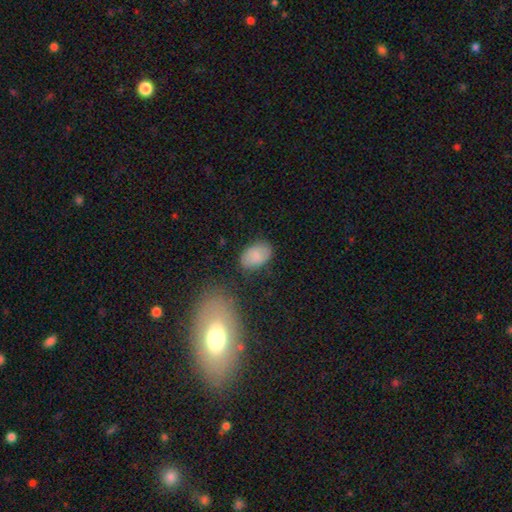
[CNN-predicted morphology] smooth-or-featured: smooth: 82% | featured or disk: 10% | star or artifact: 8%
  how-rounded: in between: 88% | round: 11% | cigar-shaped: 1%
  merging: none: 77% | minor disturbance: 16% | major disturbance: 4% | merger: 3%